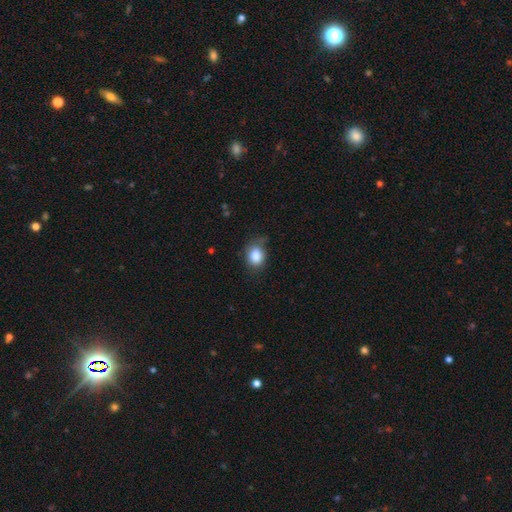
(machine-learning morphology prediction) A smooth galaxy with no disk features (84%) that is in between round and cigar-shaped (57%). Merging: none (59%).